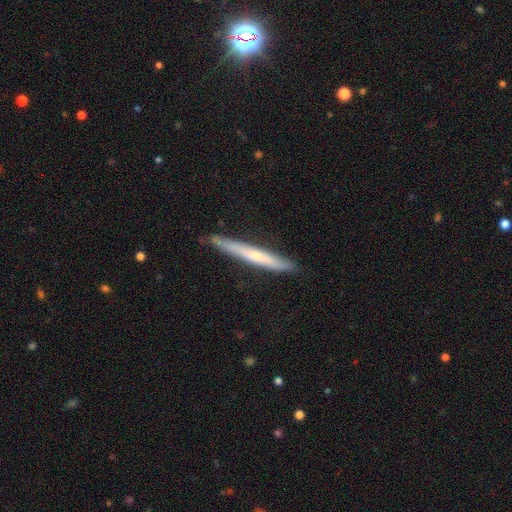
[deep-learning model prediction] Smooth or featured? featured or disk (49%)
Merging? none (83%)